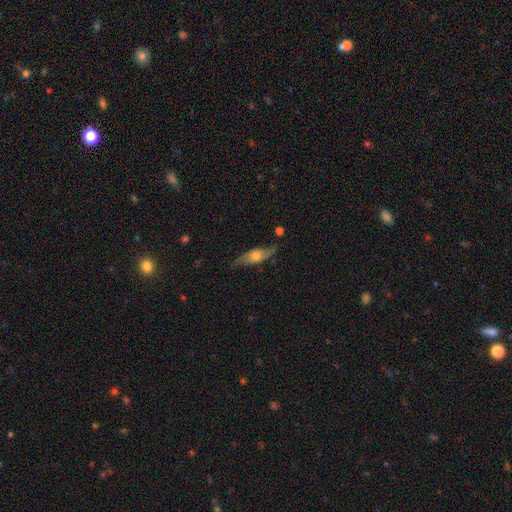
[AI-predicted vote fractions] smooth-or-featured: featured or disk: 67% | smooth: 26% | star or artifact: 6%
  disk-edge-on: no: 63% | yes: 37%
  merging: none: 71% | minor disturbance: 20% | major disturbance: 7% | merger: 2%